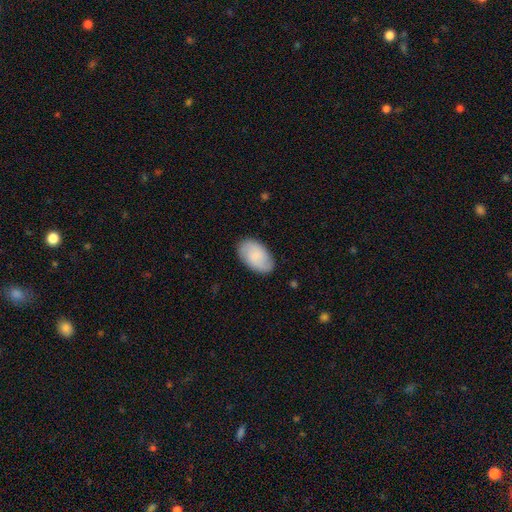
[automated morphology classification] The model was most divided on "smooth or featured": smooth: 73%, featured or disk: 21%, star or artifact: 7%. More confident: how rounded — in between (94%); merging — none (84%).